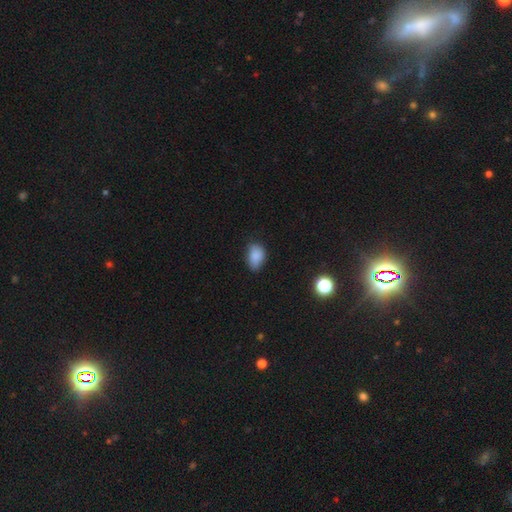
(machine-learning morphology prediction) Smooth or featured?
  - smooth: 85% *
  - star or artifact: 9%
  - featured or disk: 6%
How rounded?
  - in between: 82% *
  - round: 17%
  - cigar-shaped: 1%
Merging?
  - none: 63% *
  - minor disturbance: 30%
  - major disturbance: 5%
  - merger: 2%